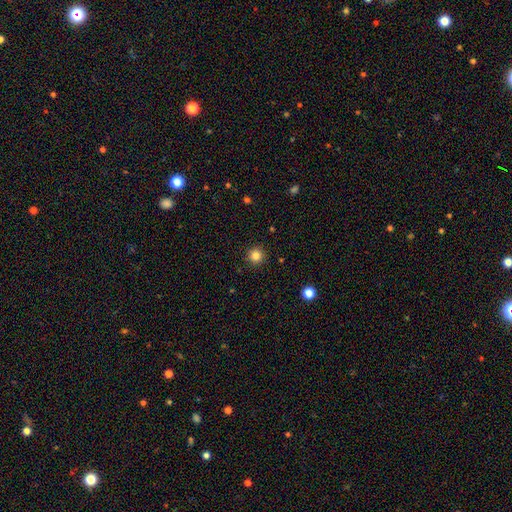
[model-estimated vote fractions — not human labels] Smooth or featured? Predicted: smooth (p=0.84). How rounded? Predicted: round (p=0.96). Merging? Predicted: none (p=0.92).